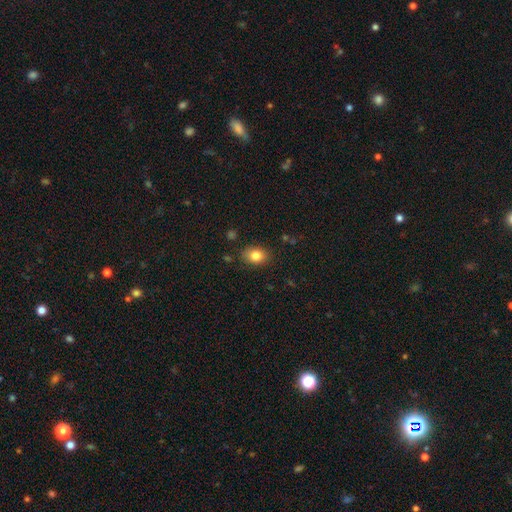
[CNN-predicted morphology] smooth-or-featured: smooth: 83% | star or artifact: 9% | featured or disk: 8%
  how-rounded: in between: 70% | round: 29% | cigar-shaped: 1%
  merging: none: 84% | minor disturbance: 11% | major disturbance: 3% | merger: 2%